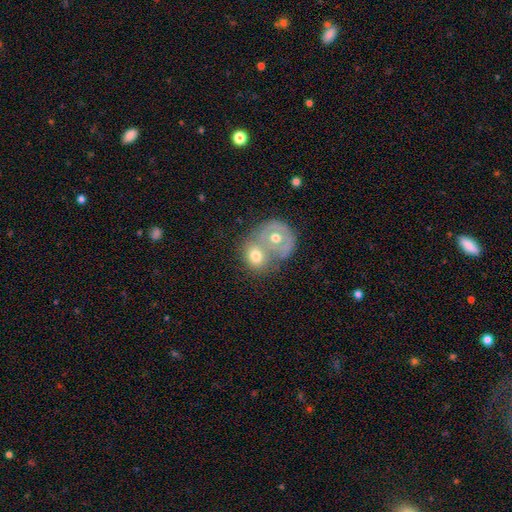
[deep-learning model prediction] This appears to be a smooth galaxy with no disk features (56%) that is round (67%). Merging: merger (62%).